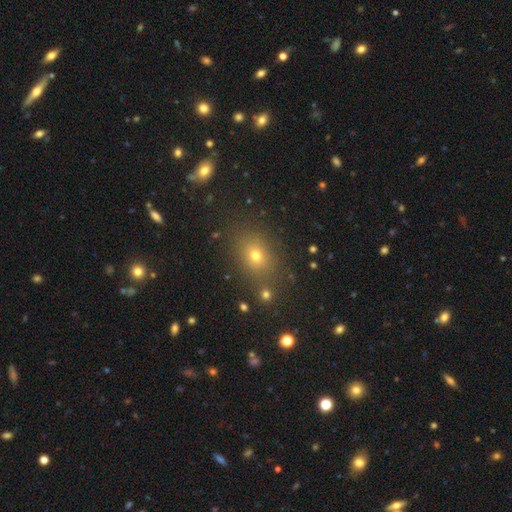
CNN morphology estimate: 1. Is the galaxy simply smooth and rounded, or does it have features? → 65% smooth, 25% star or artifact, 10% featured or disk.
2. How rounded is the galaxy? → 51% round, 48% in between, 2% cigar-shaped.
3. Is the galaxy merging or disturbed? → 83% none, 9% minor disturbance, 4% merger, 3% major disturbance.